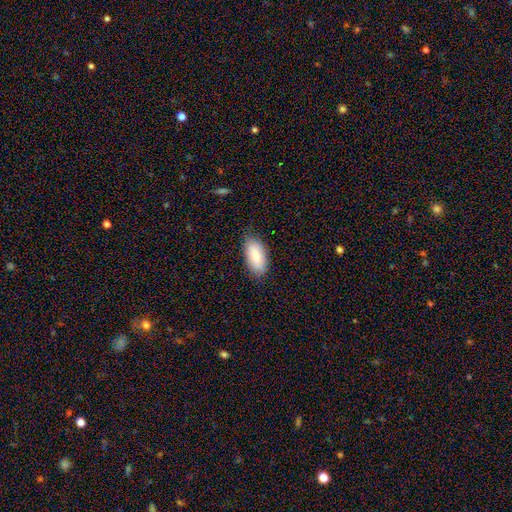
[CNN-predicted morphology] Q: Smooth or featured?
A: smooth (81%); runner-up: featured or disk (12%)
Q: How rounded?
A: in between (92%); runner-up: cigar-shaped (6%)
Q: Merging?
A: none (80%); runner-up: minor disturbance (16%)